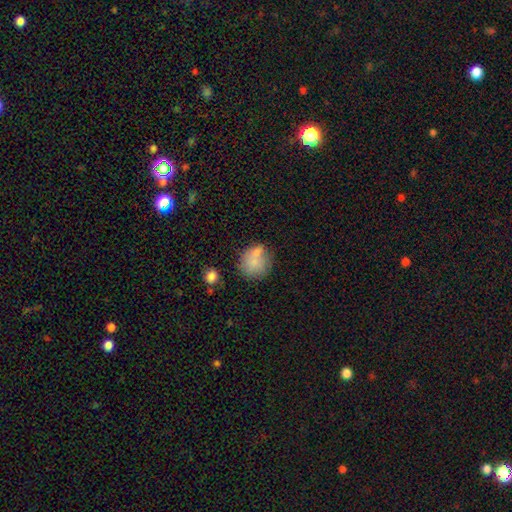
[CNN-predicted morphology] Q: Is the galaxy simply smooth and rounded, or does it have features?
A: smooth — 74%.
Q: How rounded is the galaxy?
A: round — 77%.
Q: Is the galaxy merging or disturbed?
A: none — 51%.